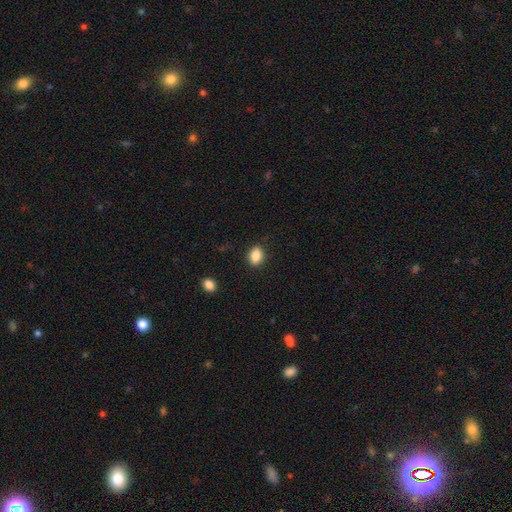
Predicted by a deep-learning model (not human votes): smooth-or-featured: smooth: 87% | star or artifact: 9% | featured or disk: 4%
  how-rounded: in between: 72% | round: 27% | cigar-shaped: 1%
  merging: none: 87% | minor disturbance: 10% | major disturbance: 3% | merger: 1%